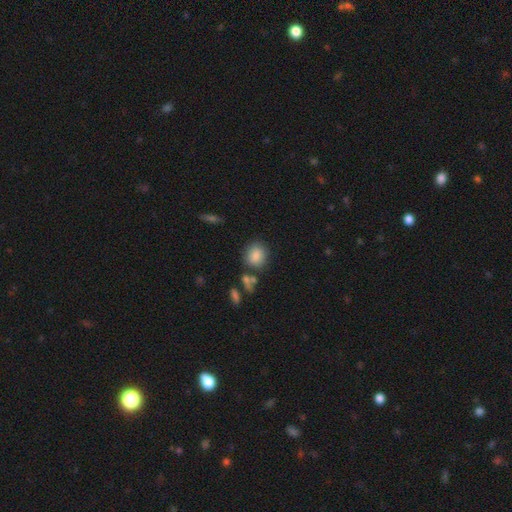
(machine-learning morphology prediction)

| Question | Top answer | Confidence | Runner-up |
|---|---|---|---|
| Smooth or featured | smooth | 84% | star or artifact (9%) |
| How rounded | round | 65% | in between (34%) |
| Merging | none | 74% | minor disturbance (13%) |